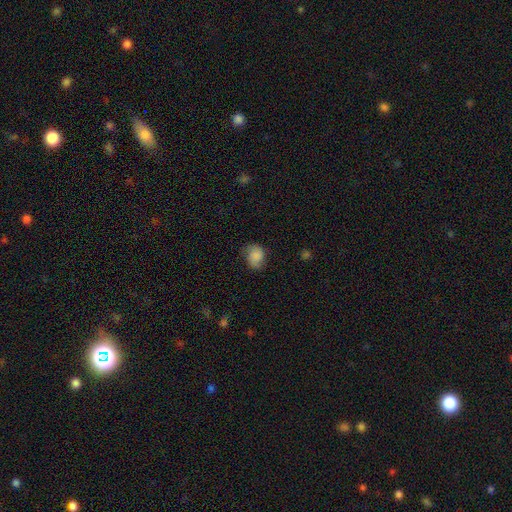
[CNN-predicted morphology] smooth-or-featured: smooth: 79% | featured or disk: 13% | star or artifact: 8%
  how-rounded: in between: 58% | round: 41% | cigar-shaped: 1%
  merging: none: 61% | minor disturbance: 29% | major disturbance: 8% | merger: 1%